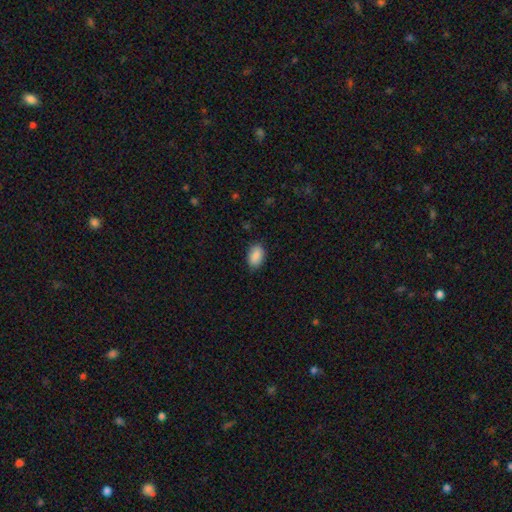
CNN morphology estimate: smooth-or-featured: smooth: 88% | star or artifact: 7% | featured or disk: 5%
  how-rounded: in between: 89% | round: 10% | cigar-shaped: 1%
  merging: none: 84% | minor disturbance: 13% | major disturbance: 3% | merger: 1%